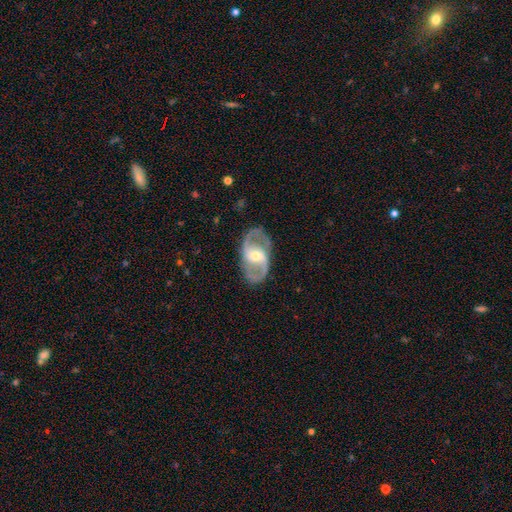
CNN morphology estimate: Smooth or featured: featured or disk — 86% (smooth — 9%)
Edge-on disk: no — 96% (yes — 4%)
Bar: weak — 42% (no — 30%)
Spiral arms: yes — 91% (no — 9%)
Spiral winding: medium — 55% (loose — 25%)
Spiral arm count: 2 — 91% (can't tell — 4%)
Bulge size: moderate — 53% (small — 41%)
Merging: none — 82% (minor disturbance — 11%)